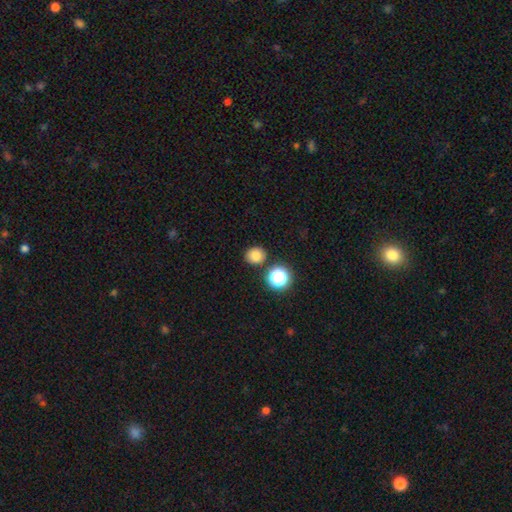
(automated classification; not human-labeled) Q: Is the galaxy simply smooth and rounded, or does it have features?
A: smooth — 80%.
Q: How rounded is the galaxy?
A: round — 81%.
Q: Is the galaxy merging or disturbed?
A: none — 83%.